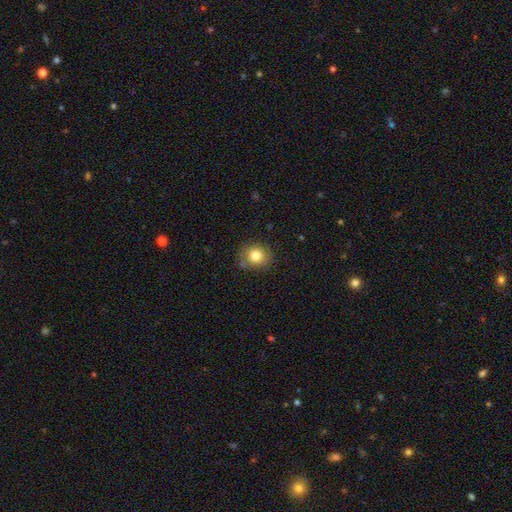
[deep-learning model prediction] smooth 81%, star or artifact 11%, featured or disk 9%. Down the decision tree: how rounded — round (84%); merging — none (78%).